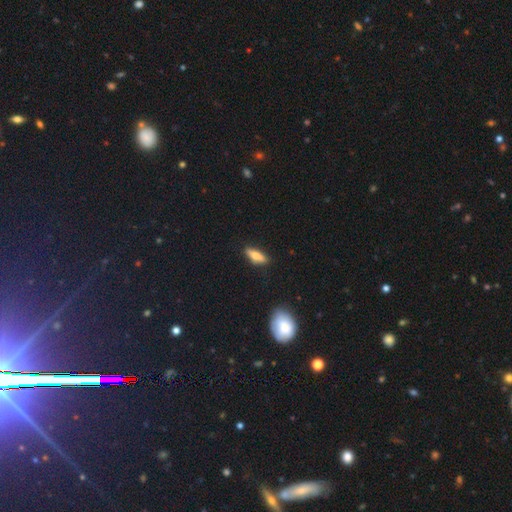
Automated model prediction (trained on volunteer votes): Smooth or featured? Predicted: smooth (p=0.64). How rounded? Predicted: cigar-shaped (p=0.50). Merging? Predicted: none (p=0.86).